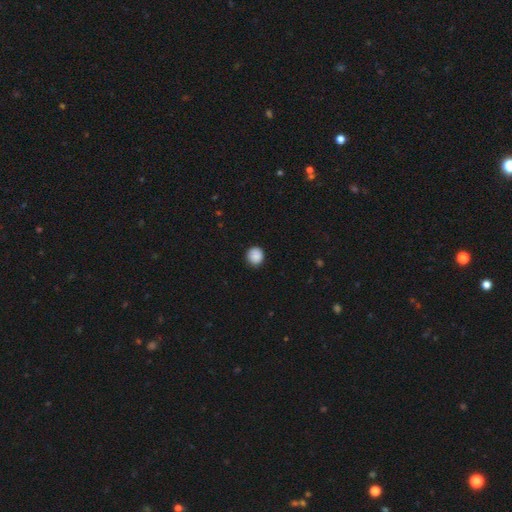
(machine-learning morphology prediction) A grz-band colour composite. It shows a smooth galaxy with no disk features (89%) that is round (91%). Merging: none (89%).